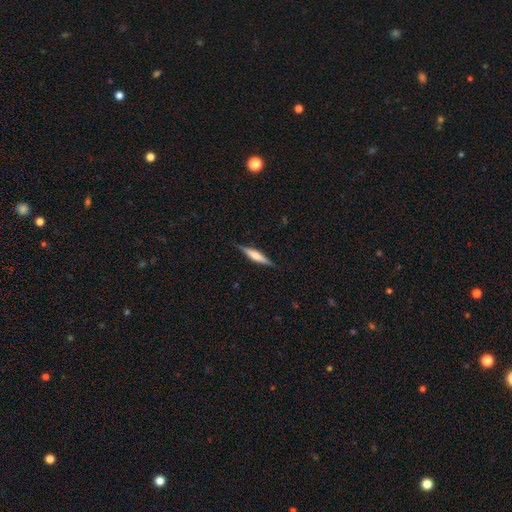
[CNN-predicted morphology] smooth-or-featured: featured or disk: 51% | smooth: 43% | star or artifact: 6%
  disk-edge-on: yes: 96% | no: 4%
  merging: none: 86% | minor disturbance: 10% | major disturbance: 2% | merger: 1%